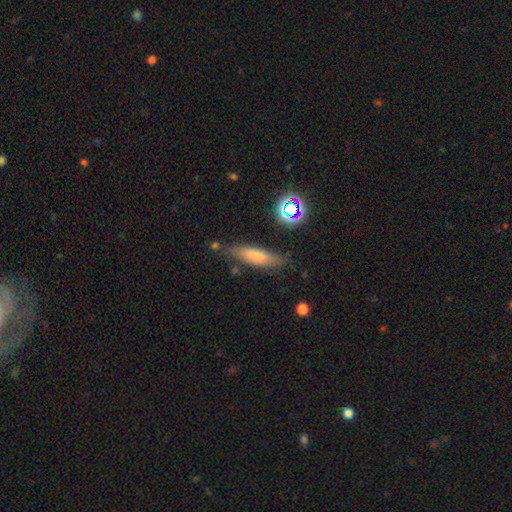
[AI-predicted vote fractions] smooth 68%, featured or disk 21%, star or artifact 11%. Down the decision tree: how rounded — cigar-shaped (66%); merging — none (73%).